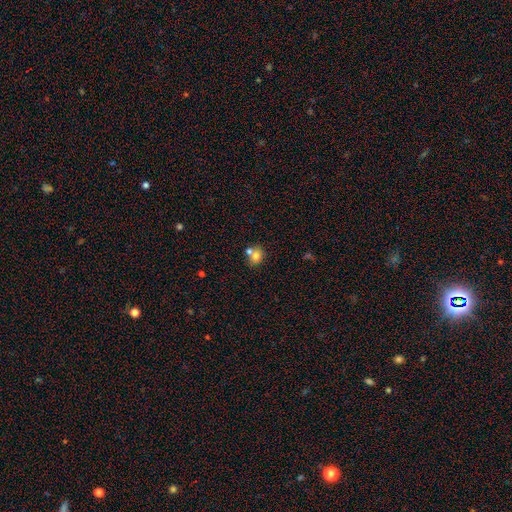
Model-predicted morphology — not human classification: A smooth galaxy with no disk features (73%) that is round (63%).

Vote fractions:
- Smooth or featured? smooth: 73% / featured or disk: 16% / star or artifact: 12%
- How rounded? round: 63% / in between: 36% / cigar-shaped: 1%
- Merging? none: 49% / merger: 36% / minor disturbance: 11% / major disturbance: 4%